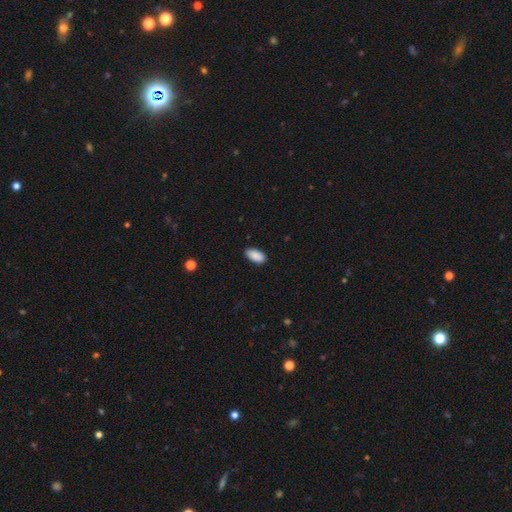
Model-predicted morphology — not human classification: This appears to be a smooth galaxy with no disk features (90%) that is in between round and cigar-shaped (94%). Merging: none (88%).